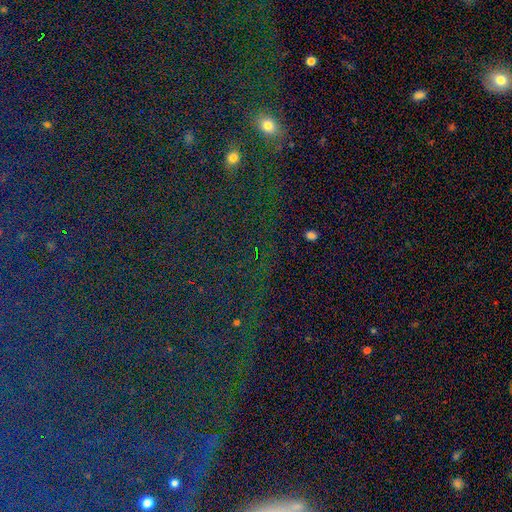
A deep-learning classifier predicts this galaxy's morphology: Q: Smooth or featured?
A: star or artifact (79%); runner-up: smooth (12%)